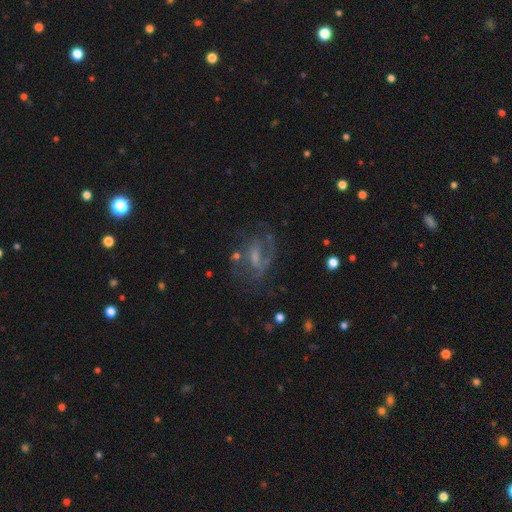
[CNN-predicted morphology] smooth-or-featured: featured or disk: 71% | smooth: 17% | star or artifact: 12%
  disk-edge-on: no: 95% | yes: 5%
    bar: weak: 49% | no: 28% | strong: 23%
    has-spiral-arms: yes: 80% | no: 20%
      spiral-winding: medium: 47% | loose: 28% | tight: 25%
      spiral-arm-count: 2: 51% | can't tell: 20% | 1: 19% | 3: 5% | 4: 2% | more than 4: 2%
    bulge-size: small: 38% | moderate: 32% | none: 23% | large: 5% | dominant: 1%
  merging: none: 55% | major disturbance: 22% | minor disturbance: 19% | merger: 4%